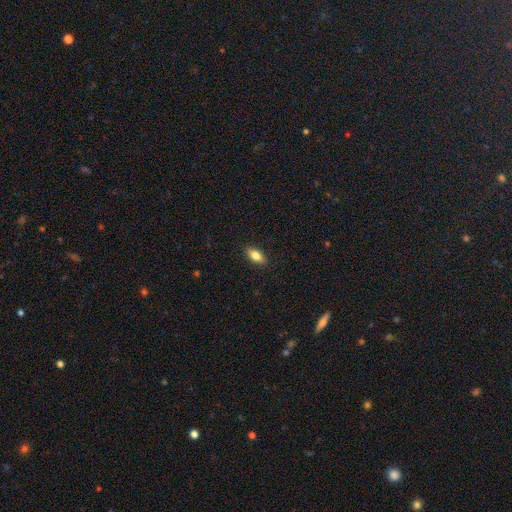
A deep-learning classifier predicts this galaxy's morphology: smooth-or-featured: smooth: 81% | featured or disk: 12% | star or artifact: 7%
  how-rounded: in between: 87% | cigar-shaped: 10% | round: 4%
  merging: none: 89% | minor disturbance: 8% | major disturbance: 2% | merger: 1%